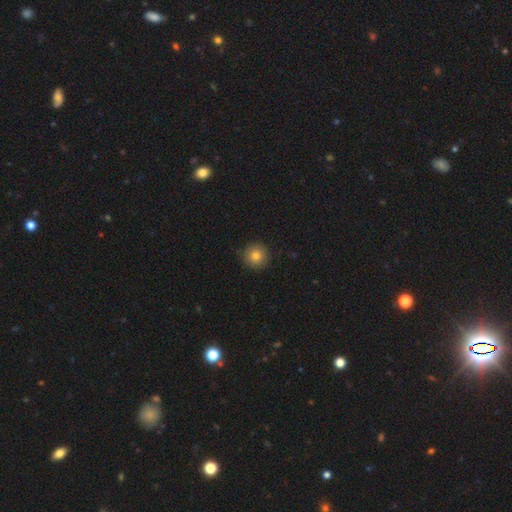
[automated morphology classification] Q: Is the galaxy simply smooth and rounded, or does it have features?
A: smooth — 81%.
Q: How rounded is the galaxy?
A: round — 95%.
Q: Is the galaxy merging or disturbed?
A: none — 92%.